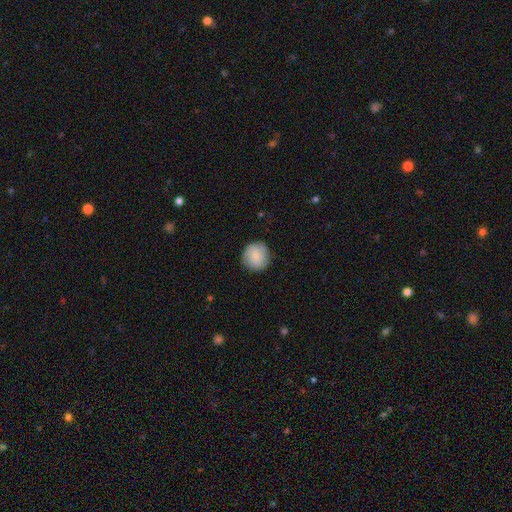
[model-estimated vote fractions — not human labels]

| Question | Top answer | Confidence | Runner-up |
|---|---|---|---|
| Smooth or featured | smooth | 78% | featured or disk (16%) |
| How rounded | round | 92% | in between (7%) |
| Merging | none | 85% | minor disturbance (11%) |